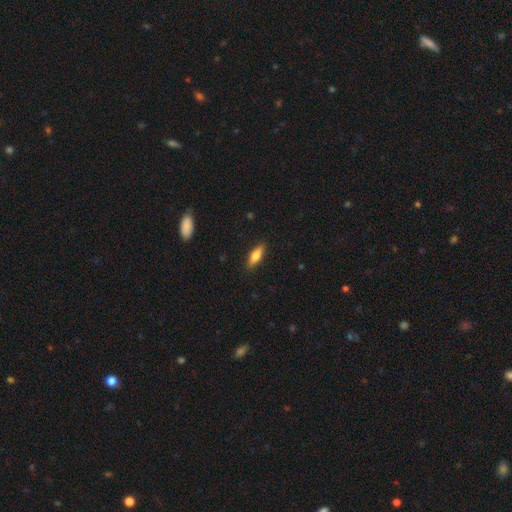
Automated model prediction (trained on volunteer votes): Q: Smooth or featured?
A: smooth (64%); runner-up: featured or disk (30%)
Q: How rounded?
A: in between (55%); runner-up: cigar-shaped (43%)
Q: Merging?
A: none (88%); runner-up: minor disturbance (9%)